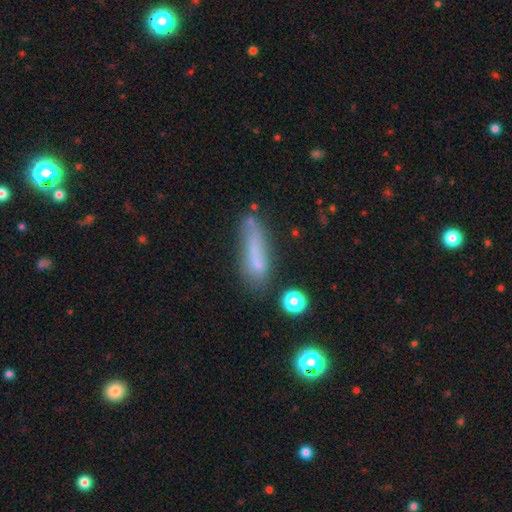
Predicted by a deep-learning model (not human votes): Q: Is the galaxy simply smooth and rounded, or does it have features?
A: smooth — 65%.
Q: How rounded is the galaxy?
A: cigar-shaped — 71%.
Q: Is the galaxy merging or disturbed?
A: none — 51%.